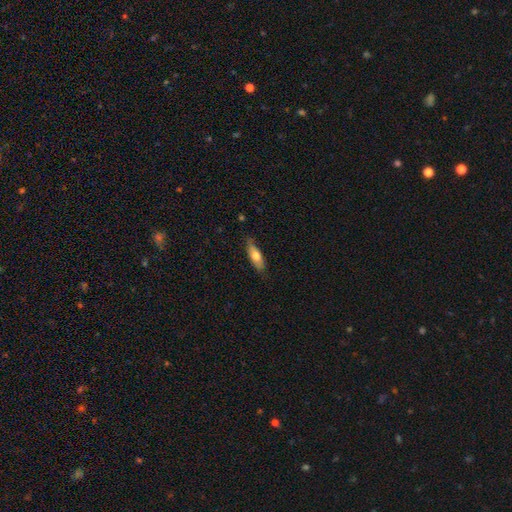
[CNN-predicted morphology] Smooth or featured? Predicted: smooth (p=0.65). How rounded? Predicted: in between (p=0.55). Merging? Predicted: none (p=0.76).